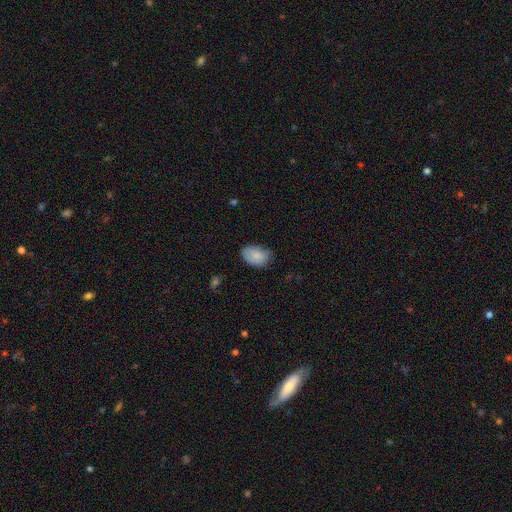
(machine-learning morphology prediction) A smooth galaxy with no disk features (84%) that is in between round and cigar-shaped (87%).

Vote fractions:
- Smooth or featured? smooth: 84% / featured or disk: 9% / star or artifact: 7%
- How rounded? in between: 87% / round: 11% / cigar-shaped: 1%
- Merging? none: 63% / minor disturbance: 29% / major disturbance: 6% / merger: 1%